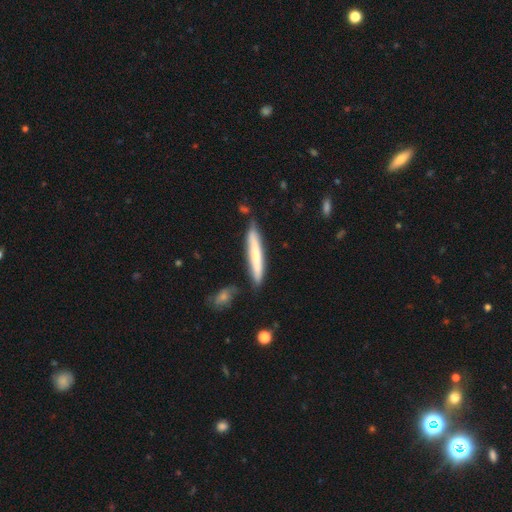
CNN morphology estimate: This appears to be a smooth galaxy with no disk features (61%) that is cigar-shaped (93%). Merging: none (77%).